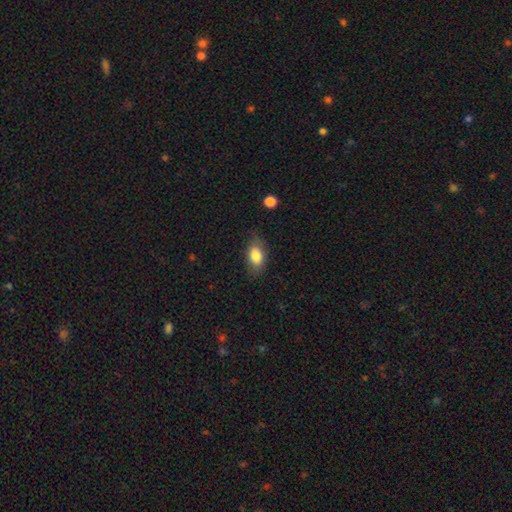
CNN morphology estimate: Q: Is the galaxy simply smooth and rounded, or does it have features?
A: smooth — 82%.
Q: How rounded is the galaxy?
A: in between — 88%.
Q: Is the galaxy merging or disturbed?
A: none — 74%.